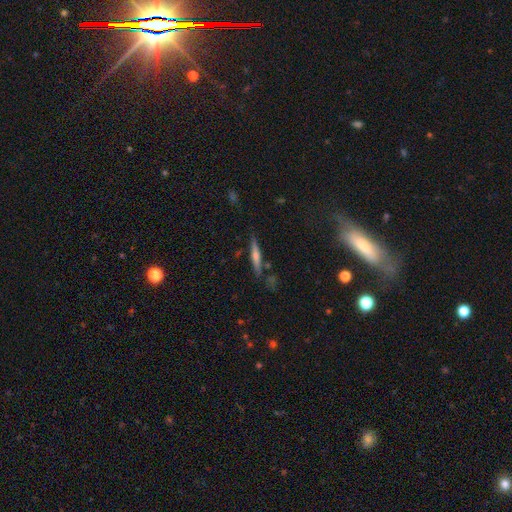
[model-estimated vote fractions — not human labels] A featured or disk galaxy (54%) viewed edge-on (96%) with a rounded central bulge (71%).

Vote fractions:
- Smooth or featured? featured or disk: 54% / smooth: 38% / star or artifact: 8%
- Edge-on disk? yes: 96% / no: 4%
- Edge-on bulge? rounded: 71% / none: 19% / boxy: 11%
- Merging? none: 84% / minor disturbance: 10% / merger: 4% / major disturbance: 2%